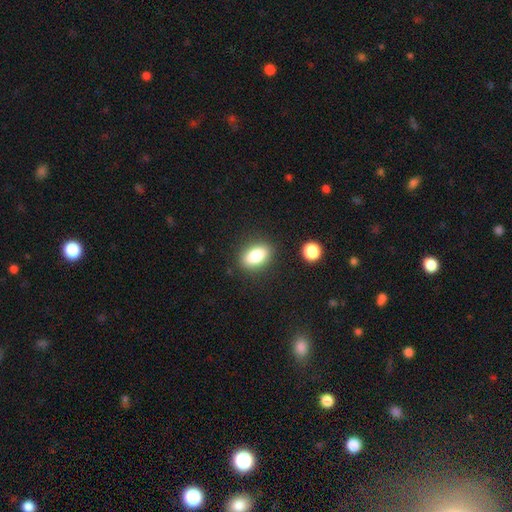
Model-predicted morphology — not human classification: Smooth or featured?
  - smooth: 81% *
  - featured or disk: 10%
  - star or artifact: 9%
How rounded?
  - in between: 85% *
  - round: 11%
  - cigar-shaped: 4%
Merging?
  - none: 86% *
  - minor disturbance: 9%
  - major disturbance: 3%
  - merger: 2%